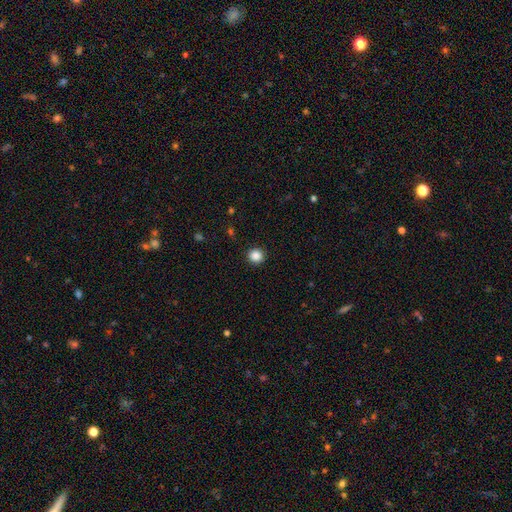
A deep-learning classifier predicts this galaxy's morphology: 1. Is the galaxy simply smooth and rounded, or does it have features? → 87% smooth, 10% star or artifact, 3% featured or disk.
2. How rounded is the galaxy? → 93% round, 6% in between, 1% cigar-shaped.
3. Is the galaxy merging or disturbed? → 92% none, 5% minor disturbance, 2% major disturbance, 1% merger.